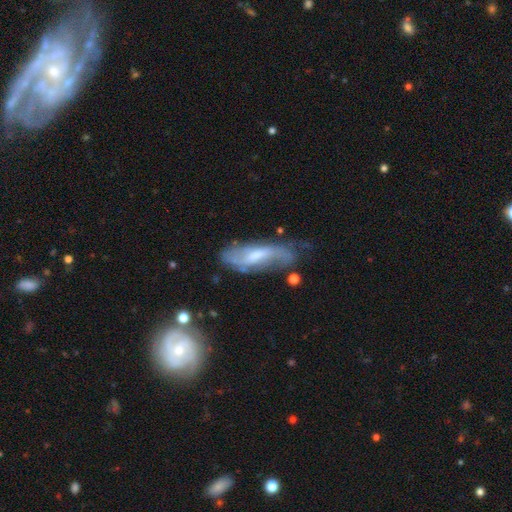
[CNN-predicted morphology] Smooth or featured? featured or disk (67%)
Edge-on disk? no (81%)
Bar? weak (49%)
Spiral arms? yes (81%)
Bulge size? moderate (47%)
Merging? none (49%)